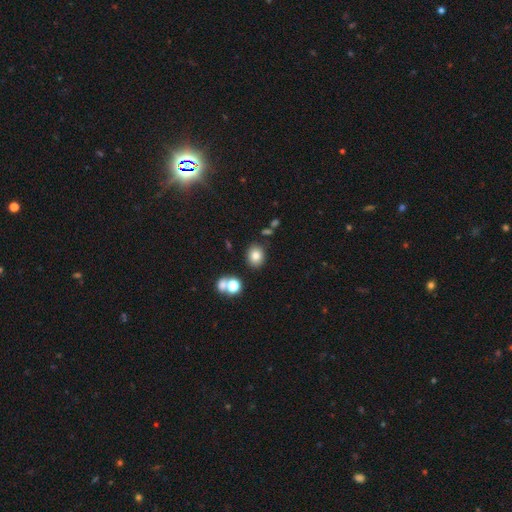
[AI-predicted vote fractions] This is likely a smooth galaxy (79%). How rounded: possibly round (60%). Merging: clearly none (80%).